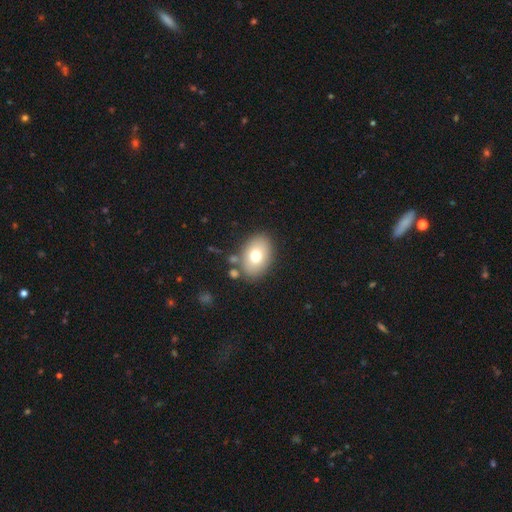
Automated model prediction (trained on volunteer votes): Smooth or featured? smooth (73%)
How rounded? in between (82%)
Merging? none (79%)